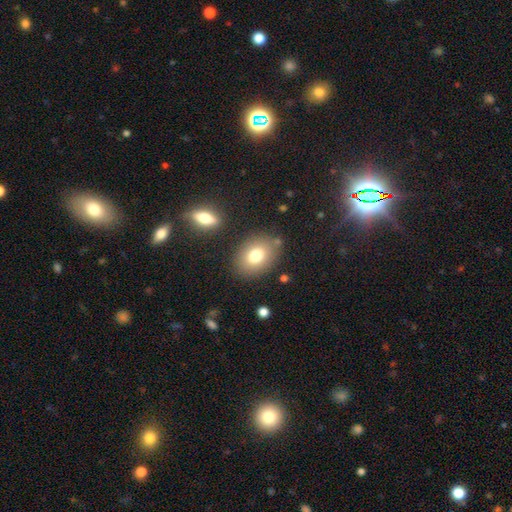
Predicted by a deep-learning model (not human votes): The model was most divided on "how rounded": in between: 72%, round: 27%, cigar-shaped: 1%. More confident: merging — none (81%); smooth or featured — smooth (76%).